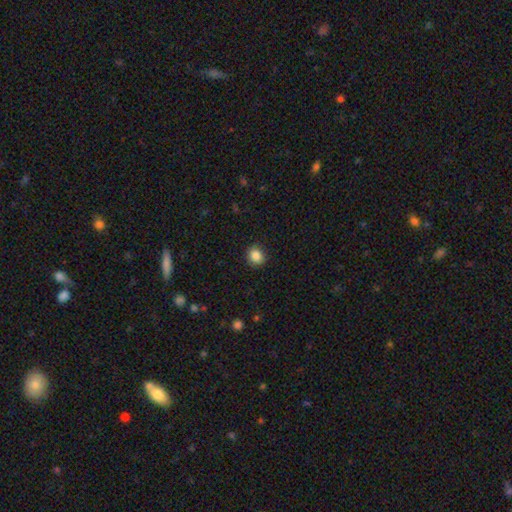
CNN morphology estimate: This appears to be a smooth galaxy with no disk features (86%) that is round (76%). Merging: none (88%).